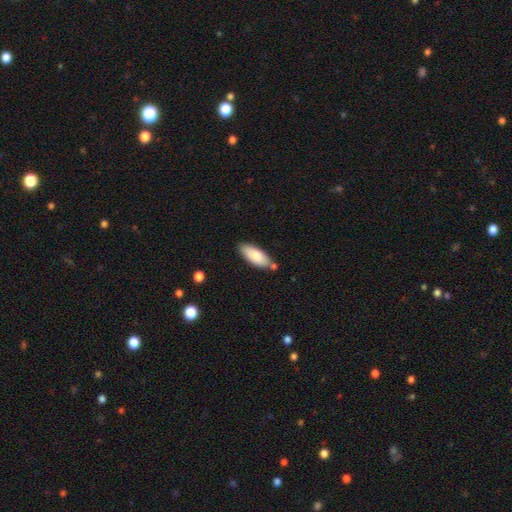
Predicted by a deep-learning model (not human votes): Smooth or featured? Predicted: smooth (p=0.81). How rounded? Predicted: in between (p=0.80). Merging? Predicted: none (p=0.70).